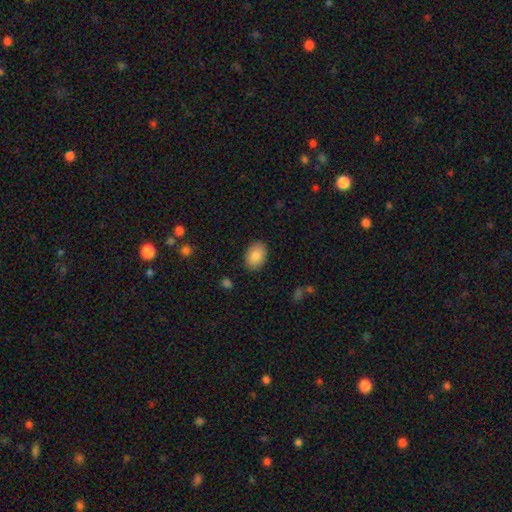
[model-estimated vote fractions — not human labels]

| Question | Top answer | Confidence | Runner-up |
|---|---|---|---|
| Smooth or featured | smooth | 86% | star or artifact (7%) |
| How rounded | in between | 81% | round (18%) |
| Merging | none | 88% | minor disturbance (9%) |